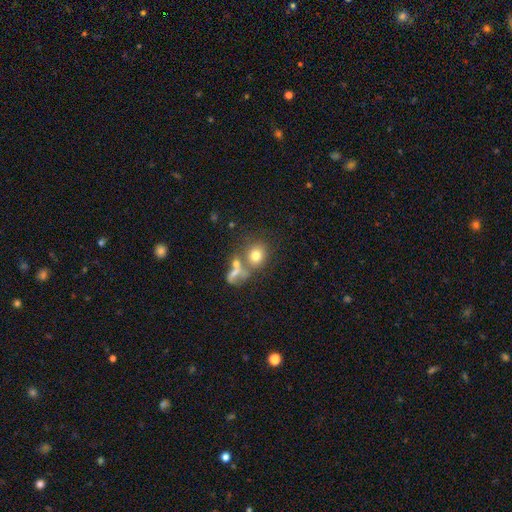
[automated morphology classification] smooth 72%, featured or disk 14%, star or artifact 13%. Down the decision tree: how rounded — round (72%); merging — none (53%).